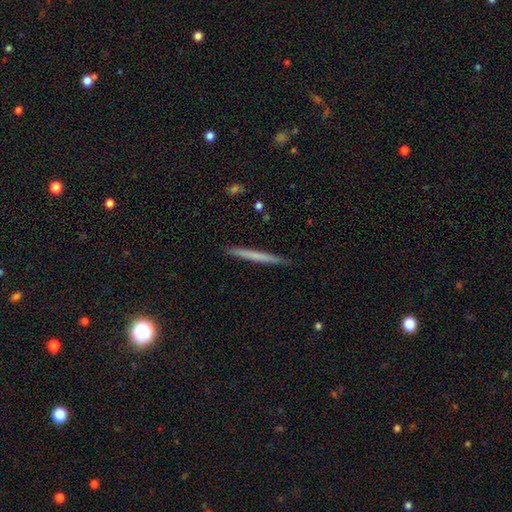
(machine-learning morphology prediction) This is possibly a smooth galaxy (59%). How rounded: clearly cigar-shaped (97%). Merging: clearly none (91%).